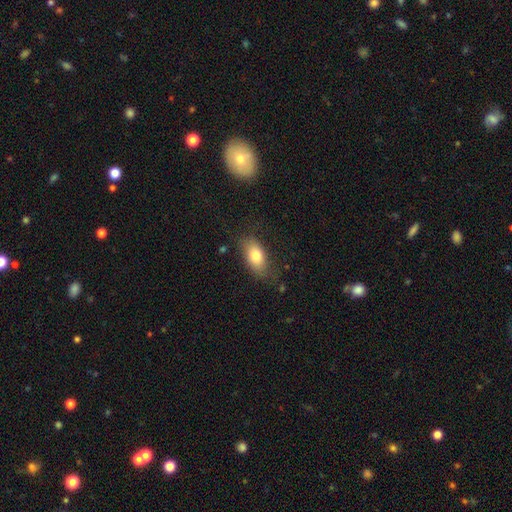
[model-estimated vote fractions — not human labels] Smooth or featured? smooth (78%)
How rounded? in between (90%)
Merging? none (72%)